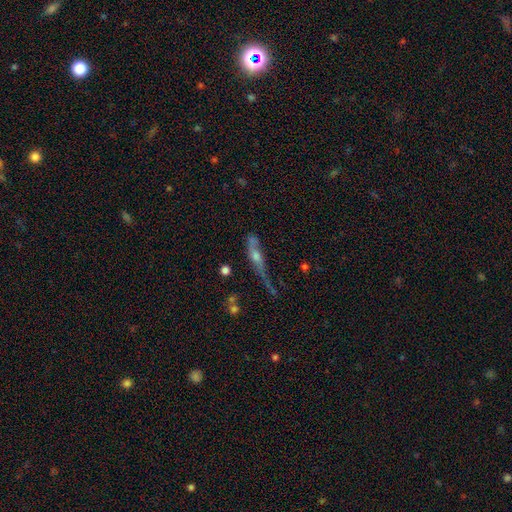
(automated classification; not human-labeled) Smooth or featured? Predicted: featured or disk (p=0.54). Edge-on disk? Predicted: yes (p=0.71). Merging? Predicted: none (p=0.35).